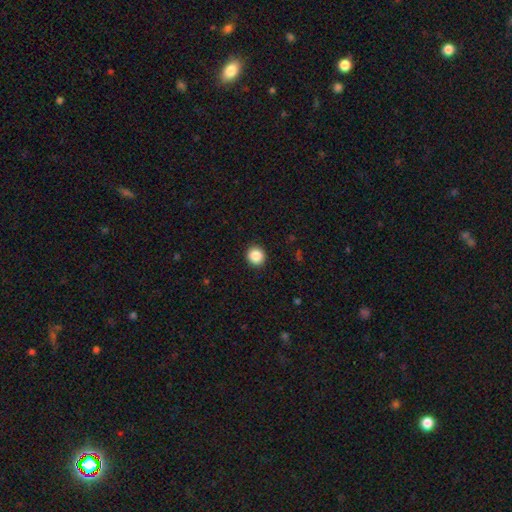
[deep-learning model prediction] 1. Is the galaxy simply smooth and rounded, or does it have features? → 87% smooth, 9% star or artifact, 4% featured or disk.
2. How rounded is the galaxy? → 89% round, 10% in between, 1% cigar-shaped.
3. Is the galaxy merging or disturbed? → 92% none, 5% minor disturbance, 2% major disturbance, 1% merger.